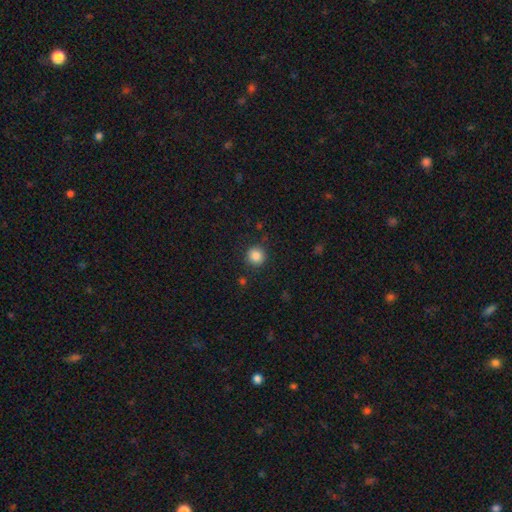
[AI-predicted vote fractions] smooth_or_featured: smooth (p=0.86) [alt: star or artifact p=0.10]
how_rounded: round (p=0.92) [alt: in between p=0.07]
merging: none (p=0.88) [alt: minor disturbance p=0.08]